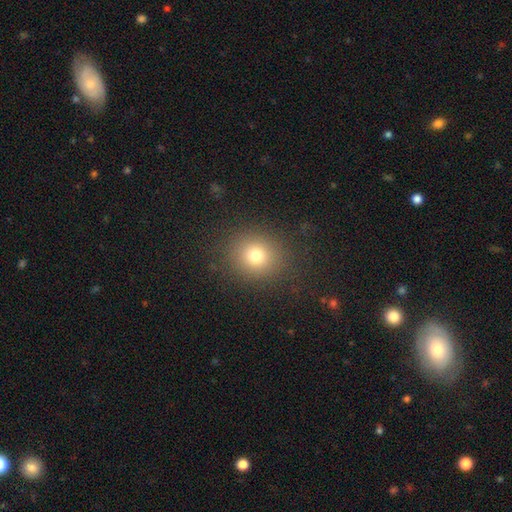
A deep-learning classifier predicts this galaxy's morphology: Q: Smooth or featured?
A: smooth (76%); runner-up: star or artifact (15%)
Q: How rounded?
A: round (82%); runner-up: in between (17%)
Q: Merging?
A: none (87%); runner-up: minor disturbance (8%)